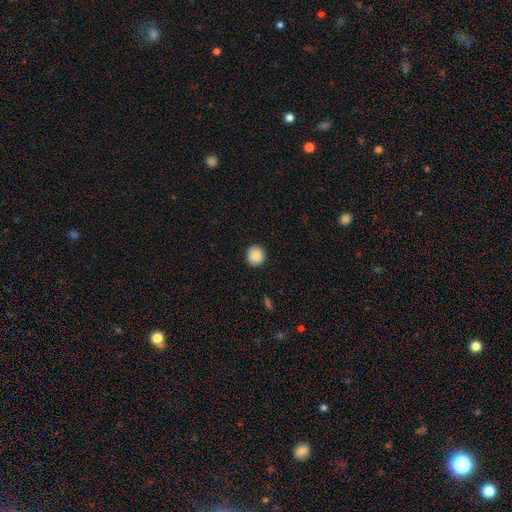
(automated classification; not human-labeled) The model was most divided on "smooth or featured": smooth: 88%, star or artifact: 8%, featured or disk: 4%. More confident: how rounded — round (92%); merging — none (91%).